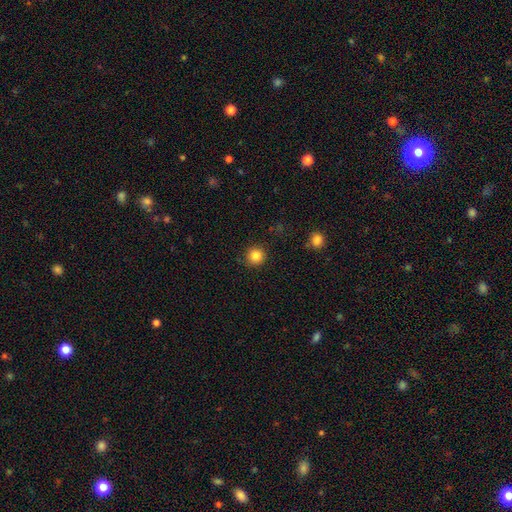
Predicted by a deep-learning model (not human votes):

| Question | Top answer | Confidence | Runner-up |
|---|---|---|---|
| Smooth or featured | smooth | 85% | star or artifact (11%) |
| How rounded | round | 94% | in between (5%) |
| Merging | none | 90% | minor disturbance (7%) |